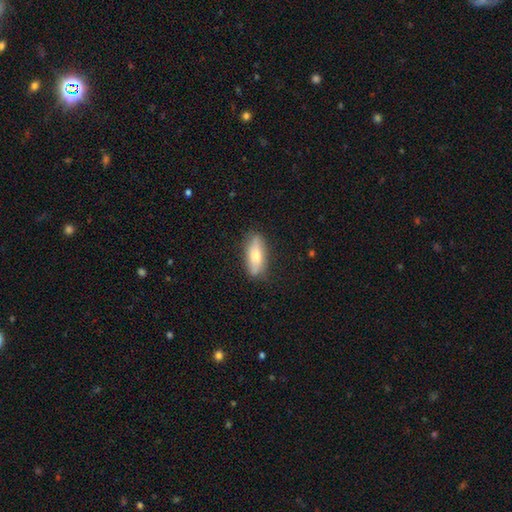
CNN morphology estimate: Overall: smooth (62%; featured or disk 31%). How rounded: in between (63%; cigar-shaped 34%). Merging: none (83%).